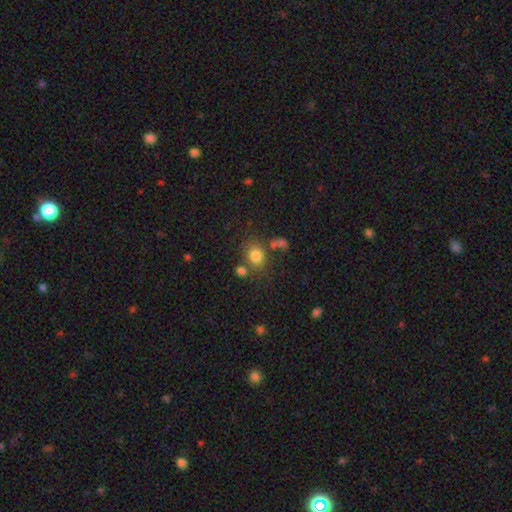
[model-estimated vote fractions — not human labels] This appears to be a smooth galaxy with no disk features (79%) that is round (64%). Merging: none (66%).